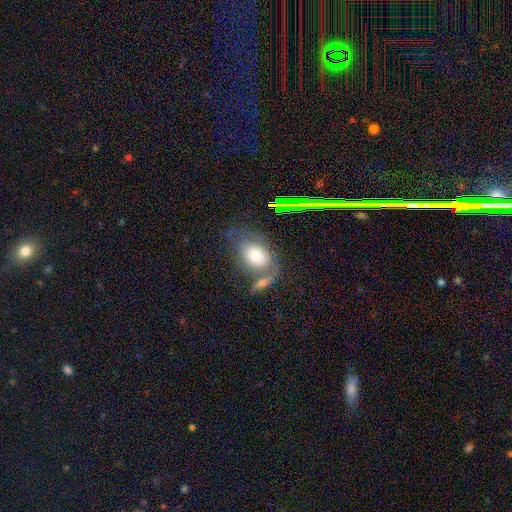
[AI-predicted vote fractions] This is possibly a smooth galaxy (59%). How rounded: likely in between (76%). Merging: marginally none (40%).